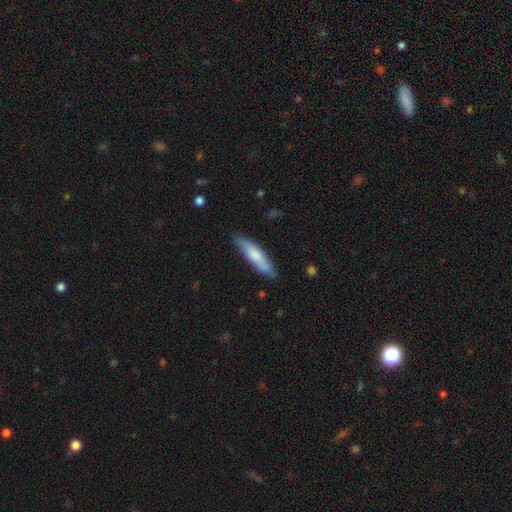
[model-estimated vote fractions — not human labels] This is likely a smooth galaxy (67%). How rounded: likely cigar-shaped (75%). Merging: likely none (80%).